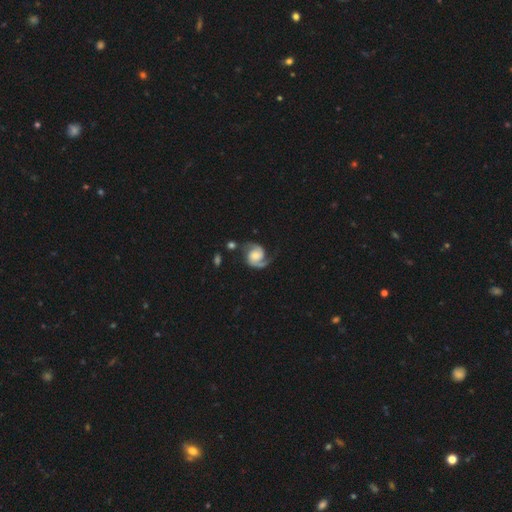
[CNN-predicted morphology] This is clearly a featured or disk galaxy (88%). It is clearly not viewed edge-on (98%). Bar: likely no (61%). Spiral arm pattern: clearly yes (98%). Spiral arm count: clearly 2 (90%). Spiral winding: possibly medium (52%). Central bulge: marginally moderate (41%). Merging: likely none (69%).